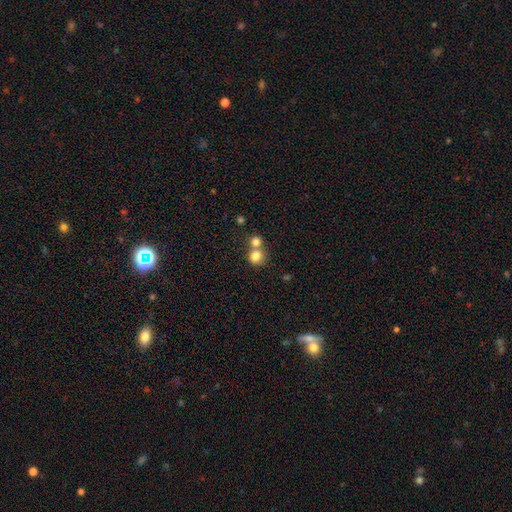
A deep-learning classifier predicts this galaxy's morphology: This is clearly a smooth galaxy (81%). How rounded: clearly round (85%). Merging: possibly merger (48%).